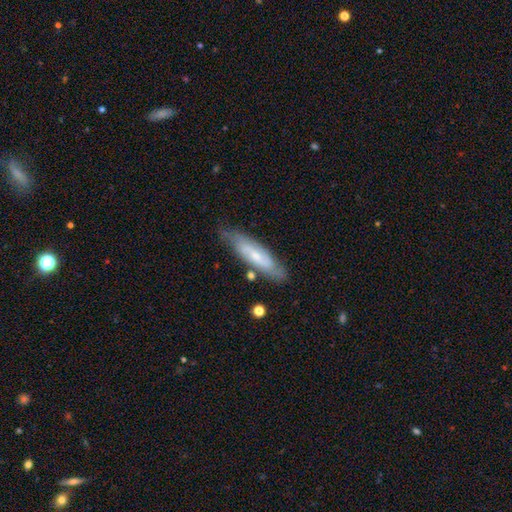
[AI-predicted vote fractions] Q: Smooth or featured?
A: featured or disk (57%); runner-up: smooth (36%)
Q: Edge-on disk?
A: no (66%); runner-up: yes (34%)
Q: Merging?
A: none (75%); runner-up: minor disturbance (18%)